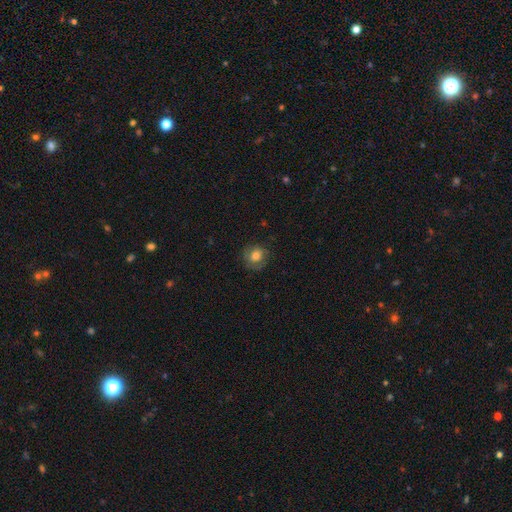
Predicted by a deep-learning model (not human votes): Overall: smooth (67%). How rounded: round (85%). Merging: none (74%).